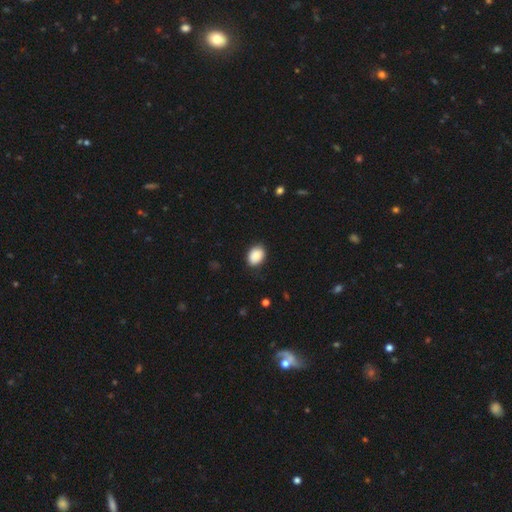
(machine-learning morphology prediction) A smooth galaxy with no disk features (89%) that is in between round and cigar-shaped (71%).

Vote fractions:
- Smooth or featured? smooth: 89% / star or artifact: 7% / featured or disk: 4%
- How rounded? in between: 71% / round: 28% / cigar-shaped: 1%
- Merging? none: 84% / minor disturbance: 13% / major disturbance: 3% / merger: 1%